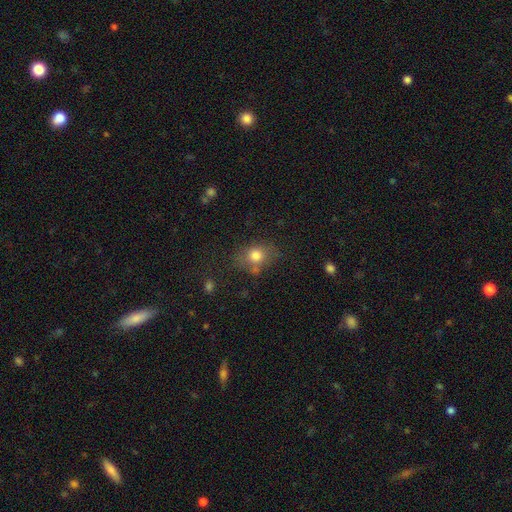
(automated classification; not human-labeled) Q: Smooth or featured?
A: smooth (78%); runner-up: star or artifact (11%)
Q: How rounded?
A: round (52%); runner-up: in between (47%)
Q: Merging?
A: none (65%); runner-up: minor disturbance (20%)